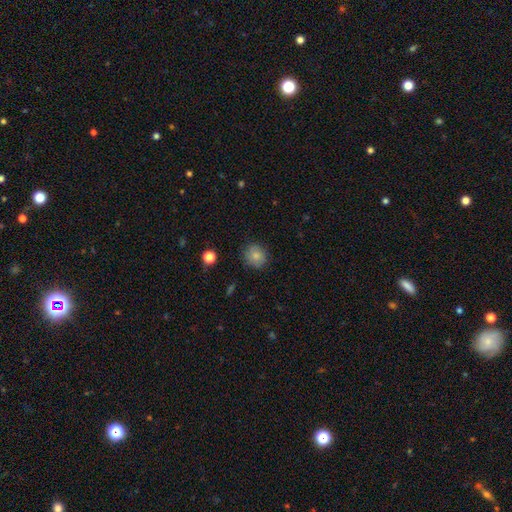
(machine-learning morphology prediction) Smooth or featured: smooth — 82% (featured or disk — 9%)
How rounded: round — 79% (in between — 20%)
Merging: none — 83% (minor disturbance — 13%)